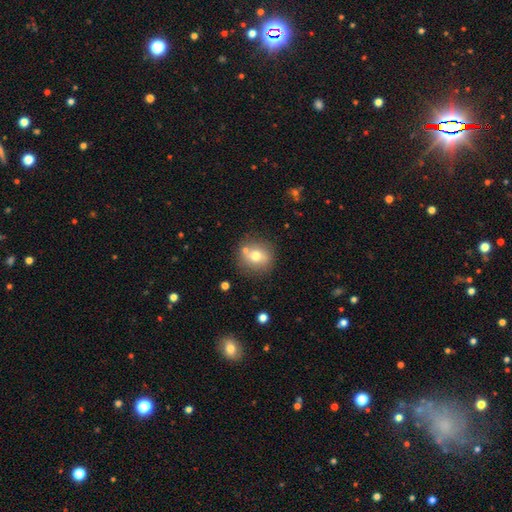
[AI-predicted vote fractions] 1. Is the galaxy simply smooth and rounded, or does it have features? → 70% smooth, 19% featured or disk, 11% star or artifact.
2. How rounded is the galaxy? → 87% round, 12% in between, 1% cigar-shaped.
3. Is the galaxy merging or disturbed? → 76% none, 11% minor disturbance, 10% merger, 3% major disturbance.